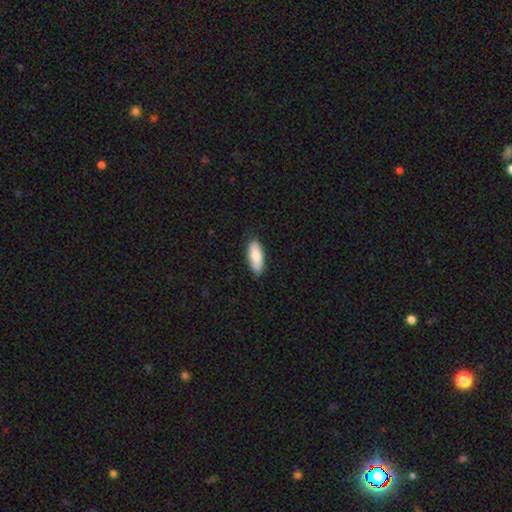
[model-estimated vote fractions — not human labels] Q: Smooth or featured?
A: smooth (80%); runner-up: featured or disk (15%)
Q: How rounded?
A: in between (77%); runner-up: cigar-shaped (21%)
Q: Merging?
A: none (84%); runner-up: minor disturbance (13%)